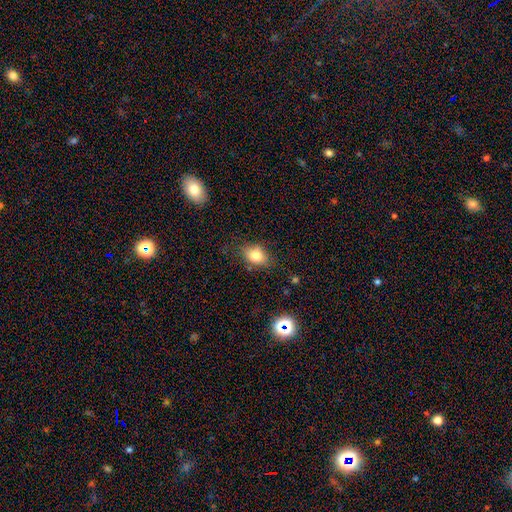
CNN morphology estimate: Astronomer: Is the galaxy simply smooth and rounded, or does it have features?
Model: smooth — 78%.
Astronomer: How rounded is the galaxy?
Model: in between — 72%.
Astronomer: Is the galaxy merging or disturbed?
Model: none — 76%.